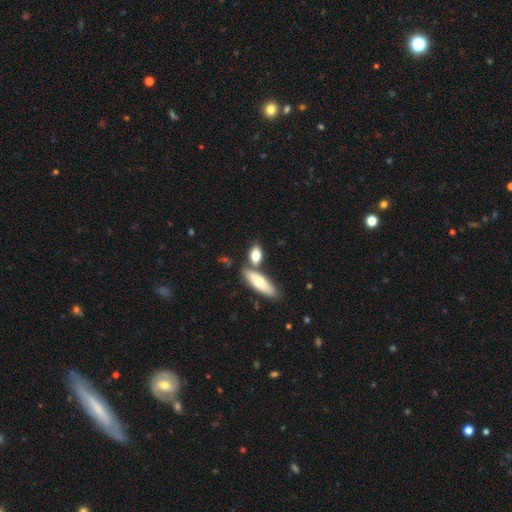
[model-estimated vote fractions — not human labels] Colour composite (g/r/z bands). It shows a smooth galaxy with no disk features (73%) that is in between round and cigar-shaped (76%). Merging: none (55%).